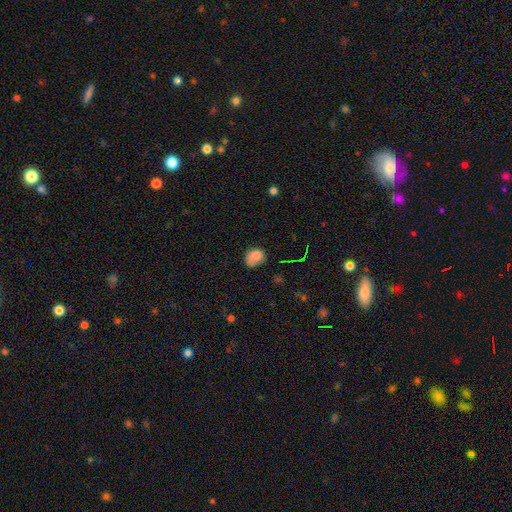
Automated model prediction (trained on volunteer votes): smooth-or-featured: smooth: 79% | star or artifact: 12% | featured or disk: 10%
  how-rounded: round: 58% | in between: 41% | cigar-shaped: 1%
  merging: none: 49% | minor disturbance: 35% | major disturbance: 12% | merger: 4%